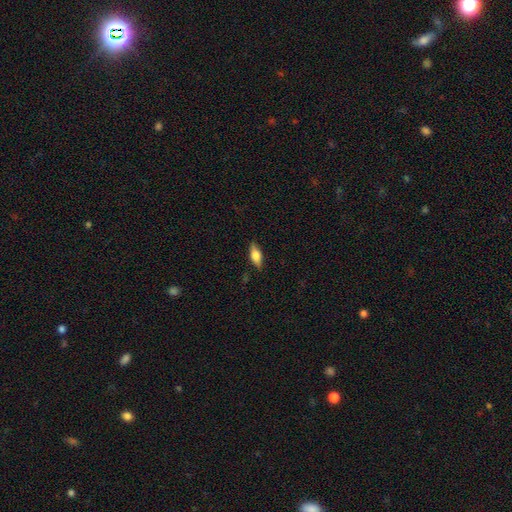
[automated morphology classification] This is likely a smooth galaxy (65%). How rounded: likely in between (74%). Merging: clearly none (83%).